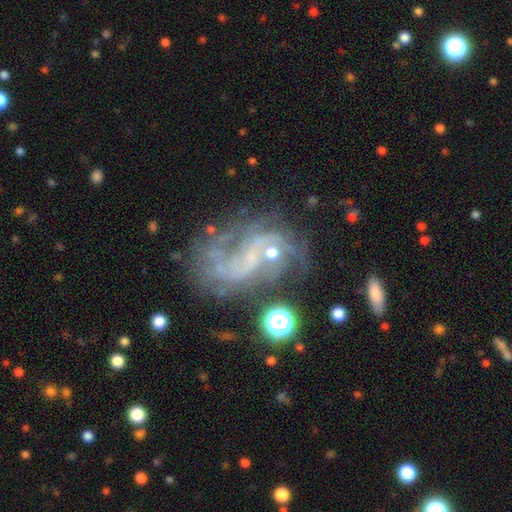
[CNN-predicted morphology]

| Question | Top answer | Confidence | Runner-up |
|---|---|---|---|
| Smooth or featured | featured or disk | 77% | star or artifact (14%) |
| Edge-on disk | no | 97% | yes (3%) |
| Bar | no | 59% | weak (32%) |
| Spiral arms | yes | 83% | no (17%) |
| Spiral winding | medium | 40% | loose (38%) |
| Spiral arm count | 2 | 35% | can't tell (29%) |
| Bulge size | small | 56% | none (28%) |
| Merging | none | 41% | major disturbance (29%) |